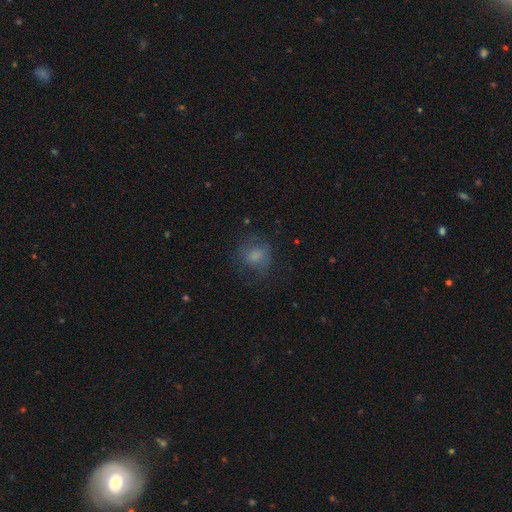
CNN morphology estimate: Smooth or featured? Predicted: smooth (p=0.68). How rounded? Predicted: round (p=0.75). Merging? Predicted: none (p=0.64).